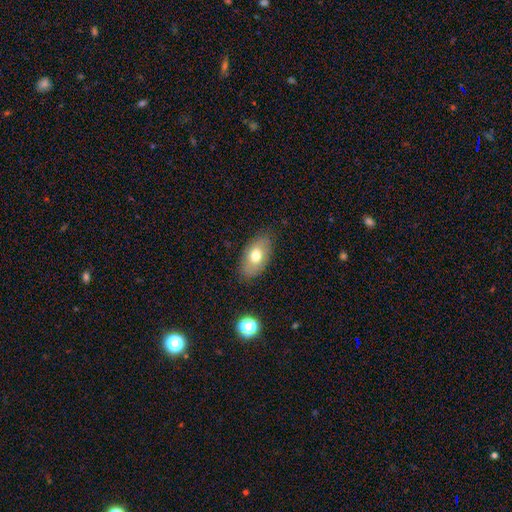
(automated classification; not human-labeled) Smooth or featured?
  - smooth: 70% *
  - featured or disk: 22%
  - star or artifact: 8%
How rounded?
  - in between: 92% *
  - round: 6%
  - cigar-shaped: 2%
Merging?
  - none: 83% *
  - minor disturbance: 13%
  - major disturbance: 3%
  - merger: 1%